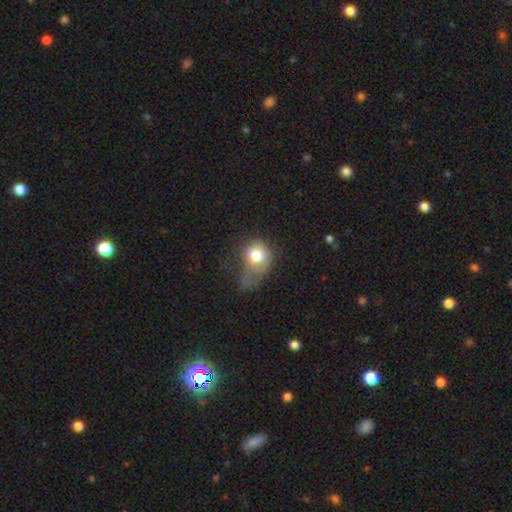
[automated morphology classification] Smooth or featured? smooth (72%)
How rounded? round (60%)
Merging? major disturbance (50%)